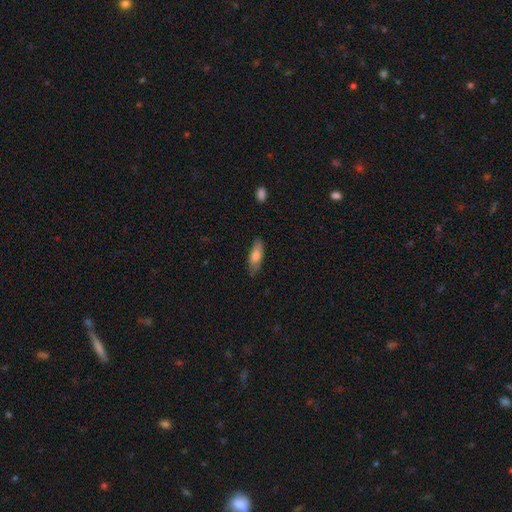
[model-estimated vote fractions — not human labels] Smooth or featured? Predicted: smooth (p=0.74). How rounded? Predicted: in between (p=0.63). Merging? Predicted: none (p=0.82).